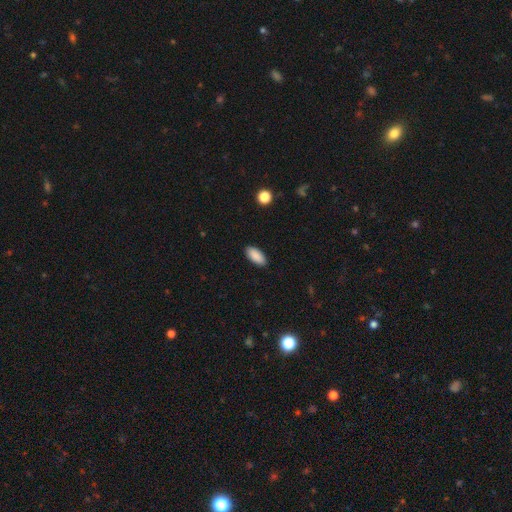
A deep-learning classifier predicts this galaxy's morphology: Smooth or featured?
  - smooth: 90% *
  - star or artifact: 7%
  - featured or disk: 3%
How rounded?
  - in between: 91% *
  - cigar-shaped: 7%
  - round: 2%
Merging?
  - none: 89% *
  - minor disturbance: 8%
  - major disturbance: 2%
  - merger: 1%